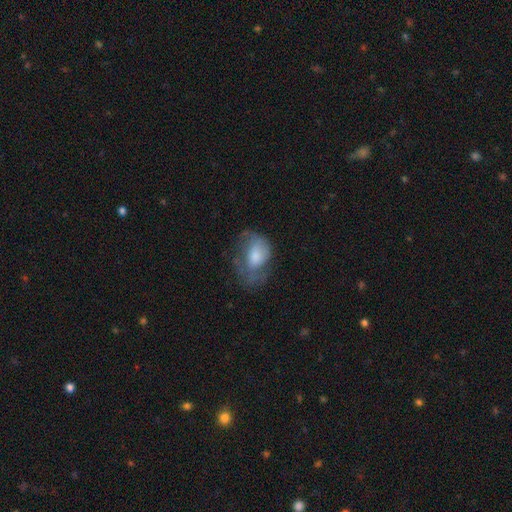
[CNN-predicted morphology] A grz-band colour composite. It shows a smooth galaxy with no disk features (60%) that is in between round and cigar-shaped (75%). Merging: major disturbance (38%).